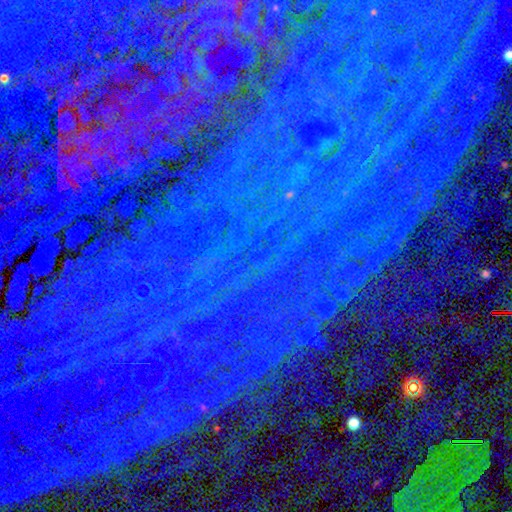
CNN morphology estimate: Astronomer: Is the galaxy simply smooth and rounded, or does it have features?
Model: star or artifact — 87%.